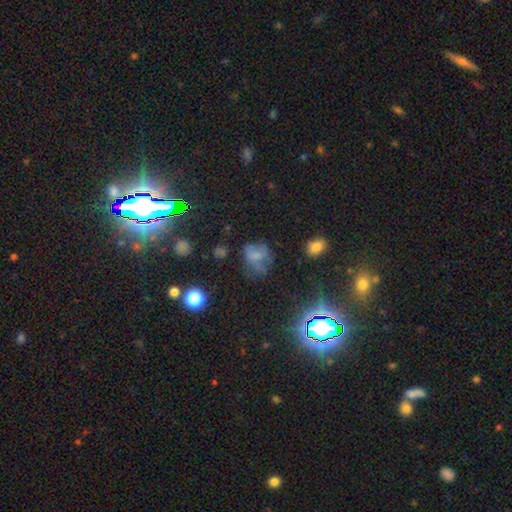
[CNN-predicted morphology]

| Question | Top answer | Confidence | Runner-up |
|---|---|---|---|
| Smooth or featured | smooth | 50% | featured or disk (25%) |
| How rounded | round | 51% | in between (48%) |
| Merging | none | 43% | major disturbance (28%) |